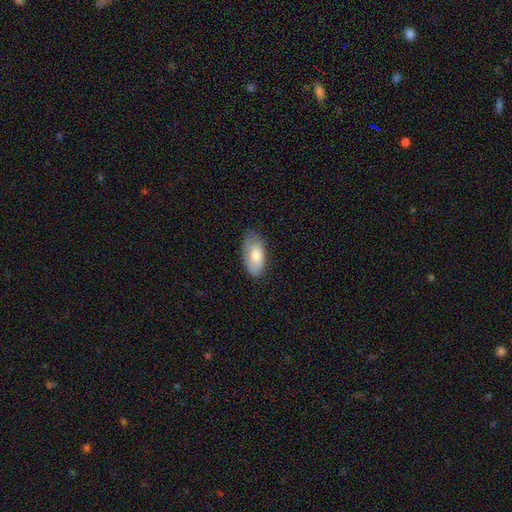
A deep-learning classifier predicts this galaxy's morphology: A smooth galaxy with no disk features (76%) that is in between round and cigar-shaped (92%).

Vote fractions:
- Smooth or featured? smooth: 76% / featured or disk: 18% / star or artifact: 6%
- How rounded? in between: 92% / cigar-shaped: 6% / round: 3%
- Merging? none: 71% / minor disturbance: 23% / major disturbance: 5% / merger: 1%